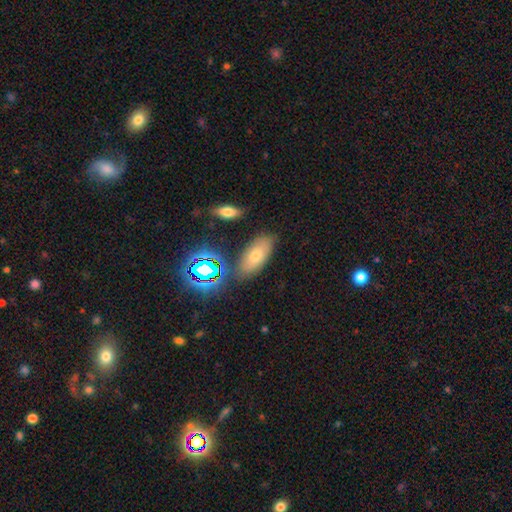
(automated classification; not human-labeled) A smooth galaxy with no disk features (57%) that is in between round and cigar-shaped (84%).

Vote fractions:
- Smooth or featured? smooth: 57% / star or artifact: 25% / featured or disk: 19%
- How rounded? in between: 84% / cigar-shaped: 9% / round: 7%
- Merging? none: 79% / minor disturbance: 13% / merger: 5% / major disturbance: 4%